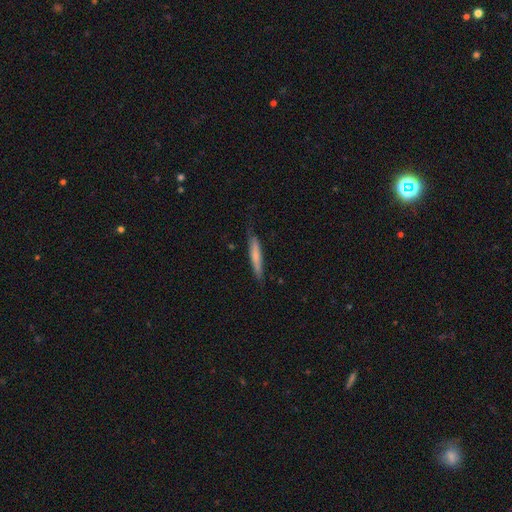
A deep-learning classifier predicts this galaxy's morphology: smooth_or_featured: smooth (p=0.63) [alt: featured or disk p=0.32]
how_rounded: cigar-shaped (p=0.93) [alt: in between p=0.06]
merging: none (p=0.77) [alt: minor disturbance p=0.18]